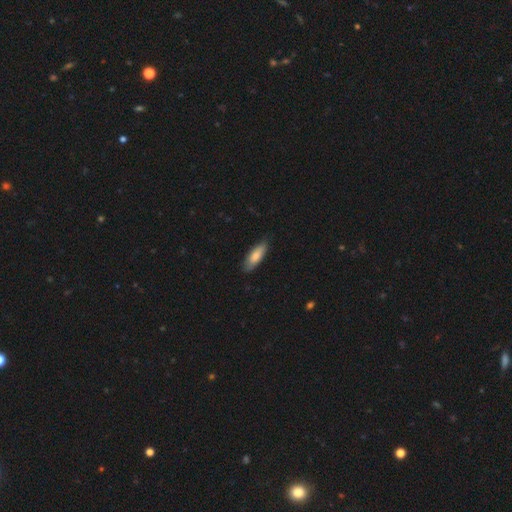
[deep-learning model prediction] This is clearly a smooth galaxy (81%). How rounded: likely in between (61%). Merging: likely none (80%).